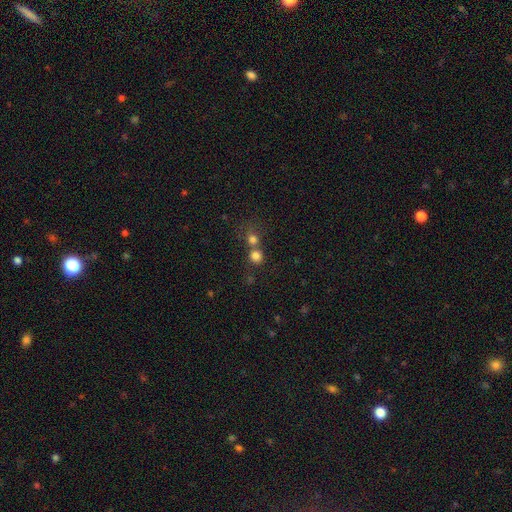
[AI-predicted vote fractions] Q: Smooth or featured?
A: smooth (78%); runner-up: star or artifact (14%)
Q: How rounded?
A: round (87%); runner-up: in between (12%)
Q: Merging?
A: none (51%); runner-up: merger (40%)